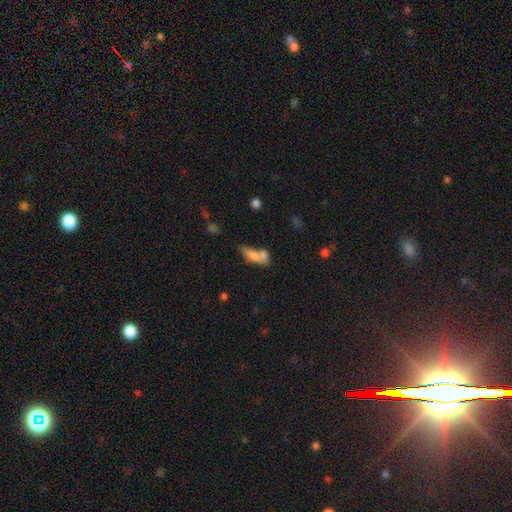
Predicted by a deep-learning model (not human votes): smooth_or_featured: smooth (p=0.66) [alt: featured or disk p=0.24]
how_rounded: in between (p=0.57) [alt: cigar-shaped p=0.37]
merging: merger (p=0.49) [alt: none p=0.29]